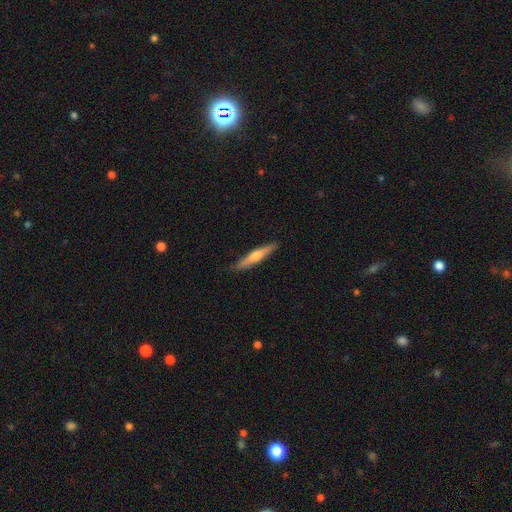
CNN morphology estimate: A featured or disk galaxy (51%) viewed edge-on (95%).

Vote fractions:
- Smooth or featured? featured or disk: 51% / smooth: 44% / star or artifact: 5%
- Edge-on disk? yes: 95% / no: 5%
- Merging? none: 88% / minor disturbance: 9% / major disturbance: 2% / merger: 1%